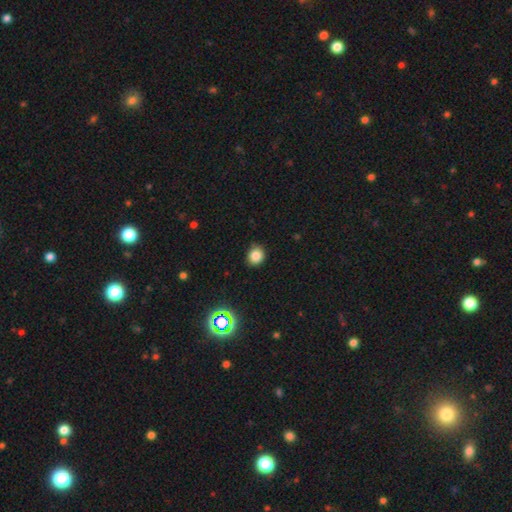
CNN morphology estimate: Smooth or featured? smooth (82%)
How rounded? round (78%)
Merging? none (84%)